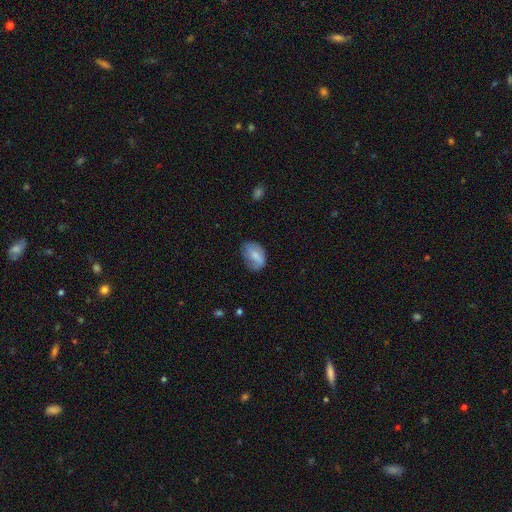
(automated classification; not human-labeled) The model was most divided on "merging": none: 55%, minor disturbance: 32%, major disturbance: 11%, merger: 2%. More confident: how rounded — in between (82%); smooth or featured — smooth (70%).